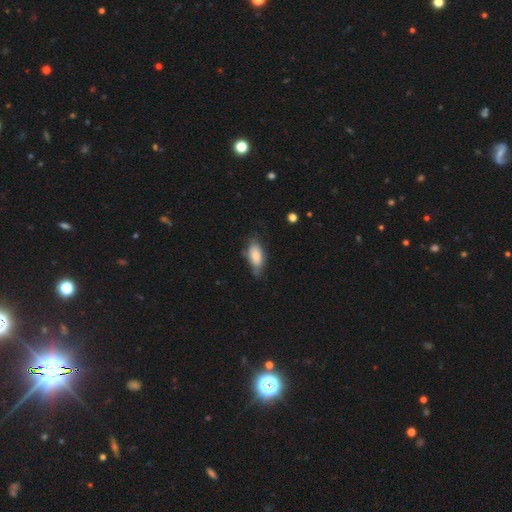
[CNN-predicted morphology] smooth-or-featured: smooth: 75% | featured or disk: 18% | star or artifact: 7%
  how-rounded: in between: 86% | cigar-shaped: 11% | round: 3%
  merging: none: 57% | minor disturbance: 32% | major disturbance: 9% | merger: 2%